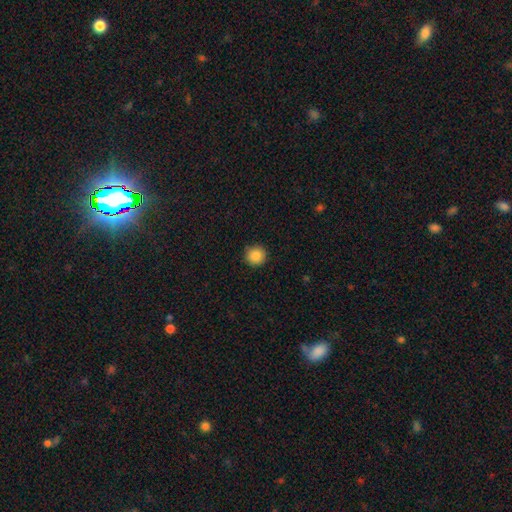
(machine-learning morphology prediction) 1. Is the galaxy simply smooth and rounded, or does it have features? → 86% smooth, 9% star or artifact, 4% featured or disk.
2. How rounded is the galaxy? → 95% round, 5% in between, 1% cigar-shaped.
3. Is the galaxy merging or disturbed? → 91% none, 7% minor disturbance, 2% major disturbance, 1% merger.